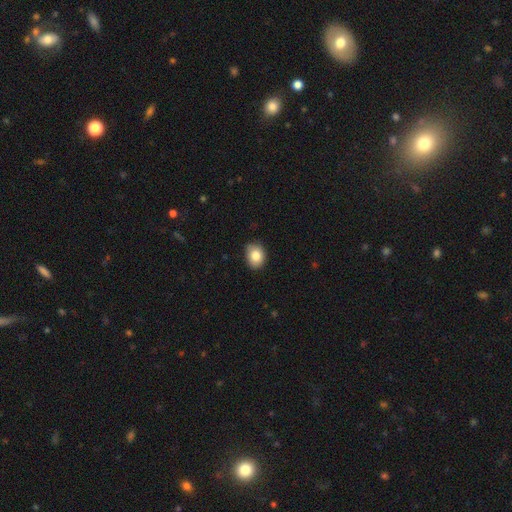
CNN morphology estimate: Q: Smooth or featured?
A: smooth (83%); runner-up: star or artifact (9%)
Q: How rounded?
A: in between (56%); runner-up: round (43%)
Q: Merging?
A: none (83%); runner-up: minor disturbance (14%)